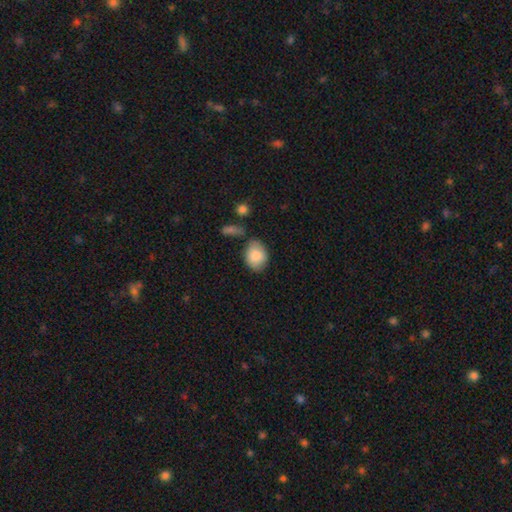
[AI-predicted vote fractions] smooth_or_featured: smooth (p=0.84) [alt: featured or disk p=0.09]
how_rounded: in between (p=0.64) [alt: round p=0.35]
merging: none (p=0.62) [alt: minor disturbance p=0.24]